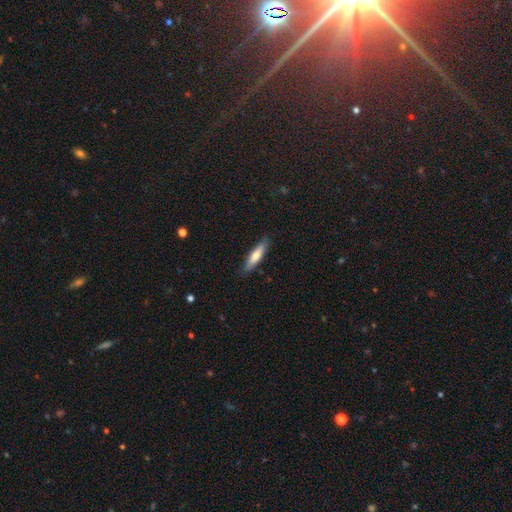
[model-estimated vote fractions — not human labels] This appears to be a smooth galaxy with no disk features (70%) that is cigar-shaped (78%). Merging: none (86%).